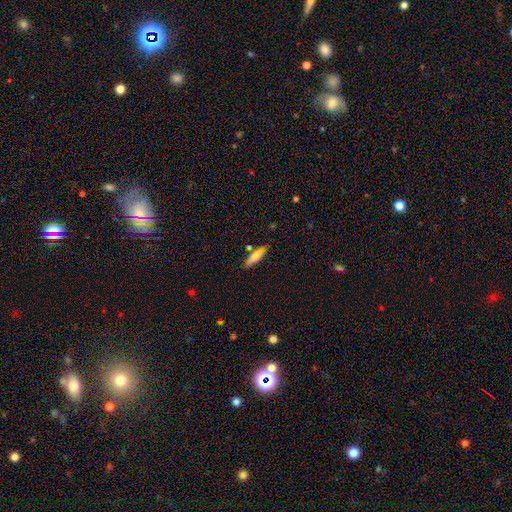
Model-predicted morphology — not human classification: type=smooth (62%); roundness=cigar-shaped (56%); merging=none (75%).